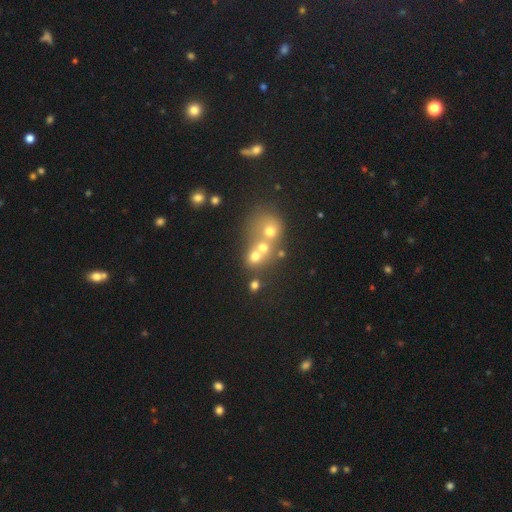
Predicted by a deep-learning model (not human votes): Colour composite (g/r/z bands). It shows a smooth galaxy with no disk features (59%) that is round (72%). Merging: merger (57%).